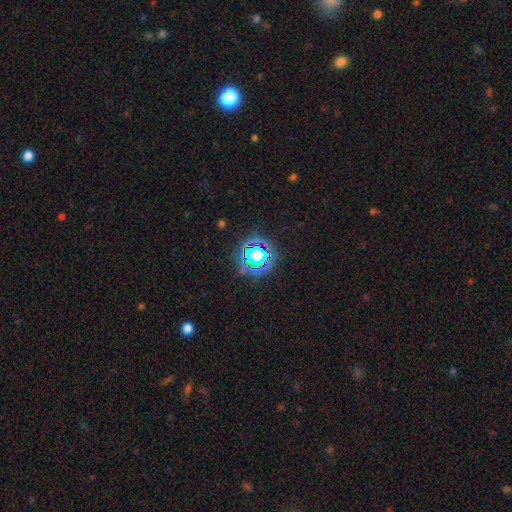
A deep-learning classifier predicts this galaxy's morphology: Smooth or featured? Predicted: star or artifact (p=0.68).